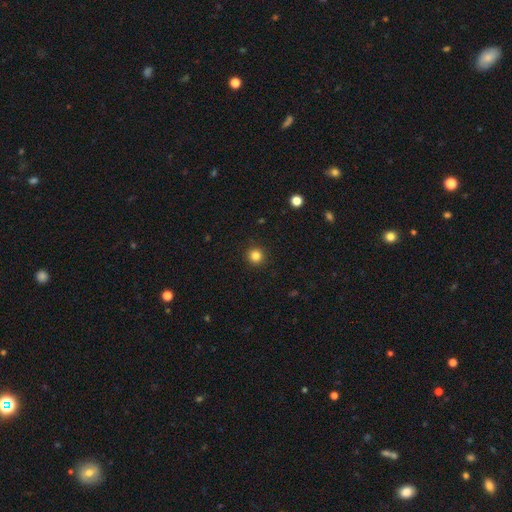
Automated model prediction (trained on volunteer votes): smooth-or-featured: smooth: 83% | star or artifact: 12% | featured or disk: 4%
  how-rounded: round: 96% | in between: 3% | cigar-shaped: 1%
  merging: none: 93% | minor disturbance: 5% | major disturbance: 2% | merger: 1%